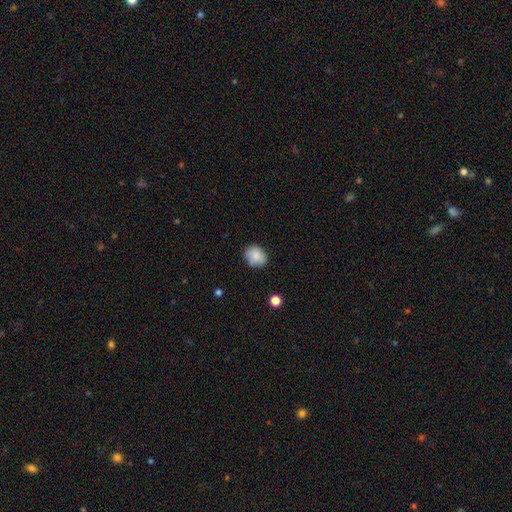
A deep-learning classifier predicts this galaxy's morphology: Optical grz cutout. It shows a smooth galaxy with no disk features (81%) that is round (55%). Merging: none (76%).